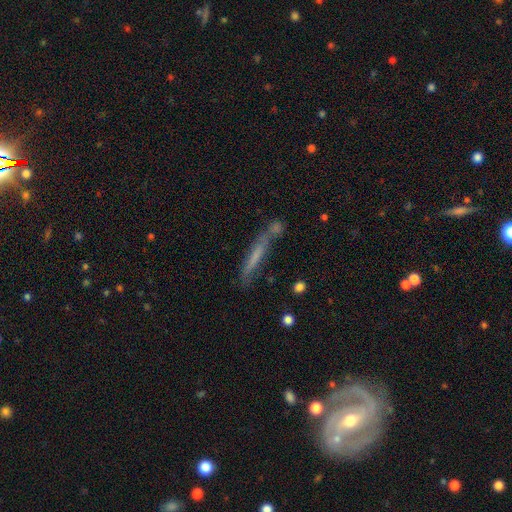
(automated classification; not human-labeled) This appears to be a smooth galaxy with no disk features (51%) that is cigar-shaped (94%). Merging: none (60%).